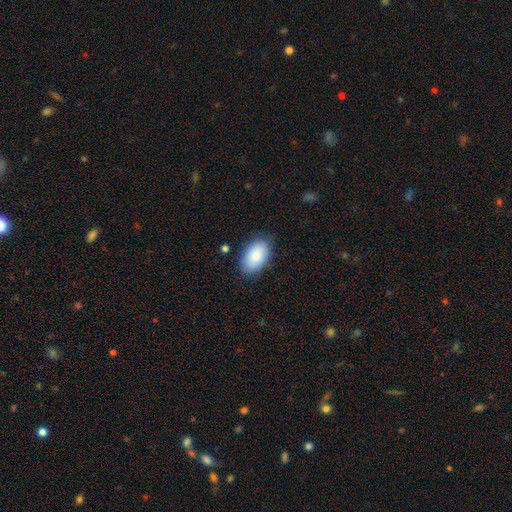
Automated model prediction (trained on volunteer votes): Smooth or featured? Predicted: smooth (p=0.88). How rounded? Predicted: in between (p=0.94). Merging? Predicted: none (p=0.84).